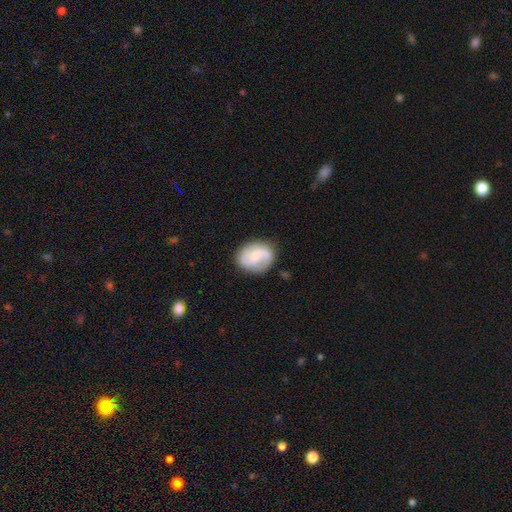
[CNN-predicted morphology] type=featured or disk (56%); edge-on=no (98%); bar=no (49%); spiral arms=yes (86%); bulge=small (47%); merging=none (72%).